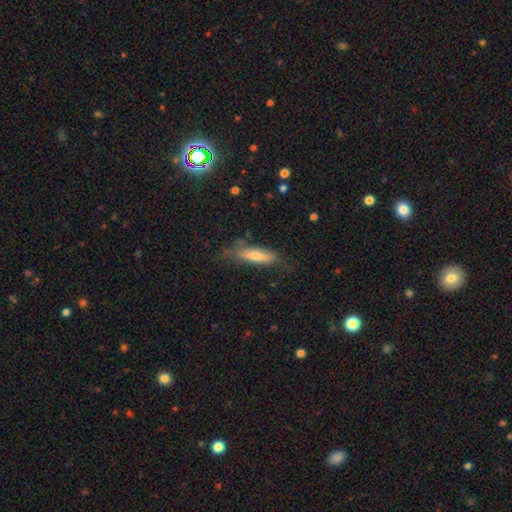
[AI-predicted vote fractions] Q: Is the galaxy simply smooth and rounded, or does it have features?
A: smooth — 51%.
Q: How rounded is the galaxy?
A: cigar-shaped — 70%.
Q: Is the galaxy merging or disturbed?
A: none — 69%.